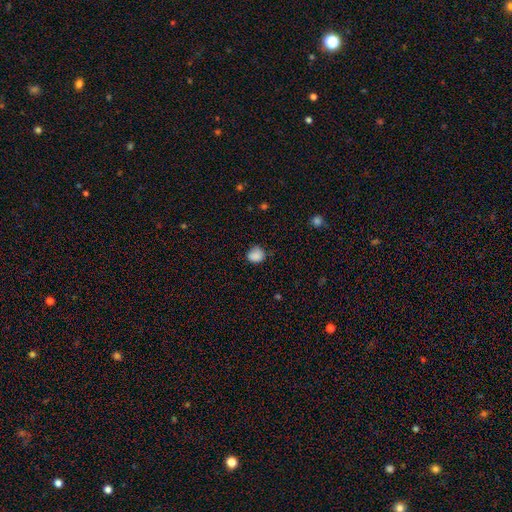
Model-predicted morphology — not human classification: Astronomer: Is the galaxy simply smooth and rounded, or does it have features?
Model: smooth — 86%.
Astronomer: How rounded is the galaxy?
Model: round — 73%.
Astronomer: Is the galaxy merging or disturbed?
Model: none — 69%.